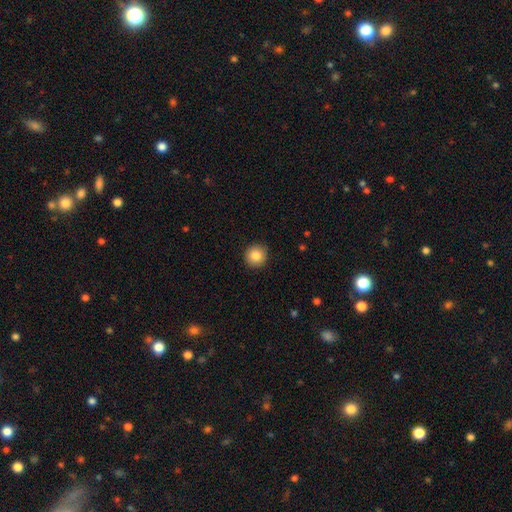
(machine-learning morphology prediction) type=smooth (84%); roundness=round (93%); merging=none (91%).